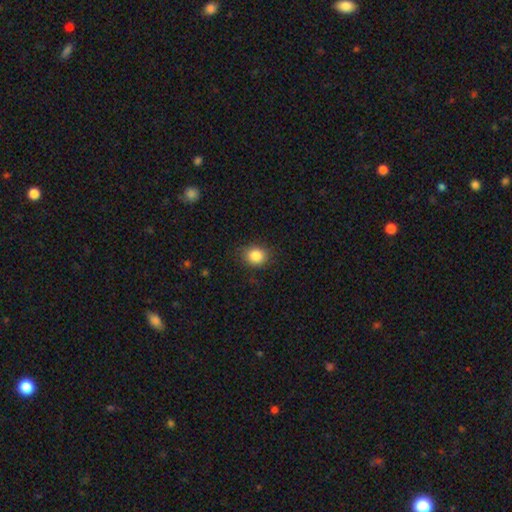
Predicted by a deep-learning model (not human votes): Smooth or featured? smooth (85%)
How rounded? round (67%)
Merging? none (85%)